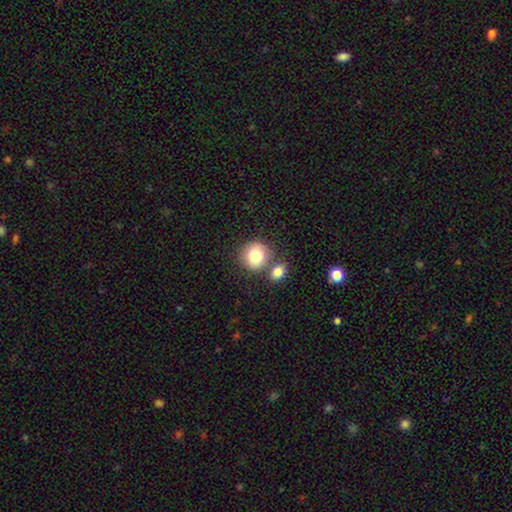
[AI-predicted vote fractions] Smooth or featured?
  - smooth: 79% *
  - featured or disk: 12%
  - star or artifact: 9%
How rounded?
  - round: 84% *
  - in between: 15%
  - cigar-shaped: 1%
Merging?
  - none: 61% *
  - merger: 25%
  - minor disturbance: 11%
  - major disturbance: 4%